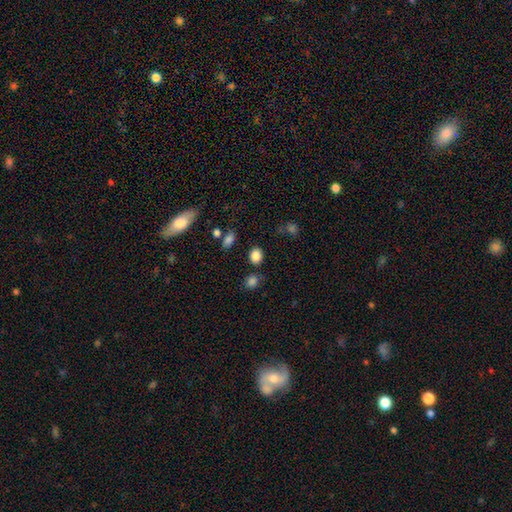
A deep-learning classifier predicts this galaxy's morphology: Smooth or featured? smooth (85%)
How rounded? round (50%)
Merging? none (80%)